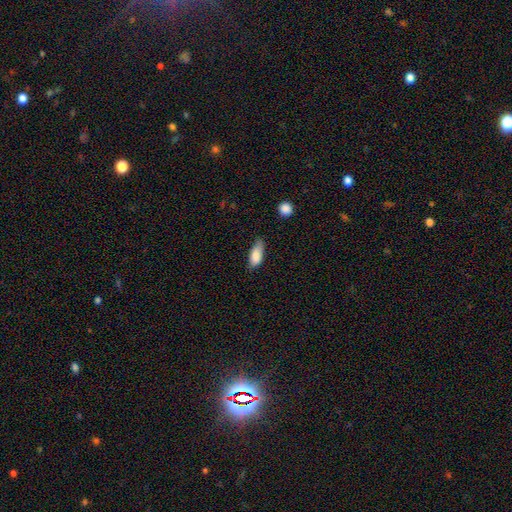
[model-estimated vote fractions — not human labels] Morphology: type=smooth (84%); roundness=in between (80%); merging=none (56%).